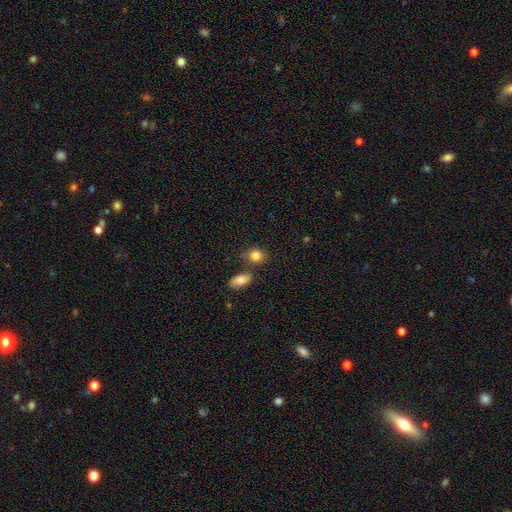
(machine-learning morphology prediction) Smooth or featured: smooth — 84% (star or artifact — 9%)
How rounded: round — 59% (in between — 40%)
Merging: none — 68% (merger — 17%)